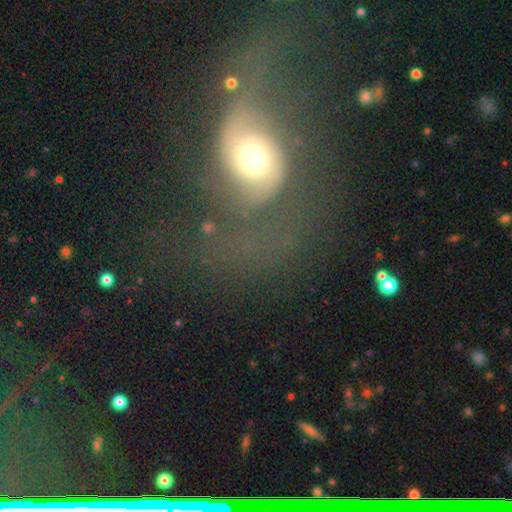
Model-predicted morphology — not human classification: A featured or disk galaxy (67%) with no bar (63%), 2 (78%) loose (46%) spiral arms (81%) and a moderate central bulge (58%).

Vote fractions:
- Smooth or featured? featured or disk: 67% / smooth: 21% / star or artifact: 12%
- Edge-on disk? no: 96% / yes: 4%
- Bar? no: 63% / weak: 27% / strong: 10%
- Spiral arms? yes: 81% / no: 19%
- Spiral winding? loose: 46% / medium: 39% / tight: 15%
- Spiral arm count? 2: 78% / 1: 11% / can't tell: 7% / 3: 2% / 4: 1% / more than 4: 1%
- Bulge size? moderate: 58% / large: 24% / small: 10% / dominant: 5% / none: 2%
- Merging? none: 46% / major disturbance: 32% / minor disturbance: 15% / merger: 6%